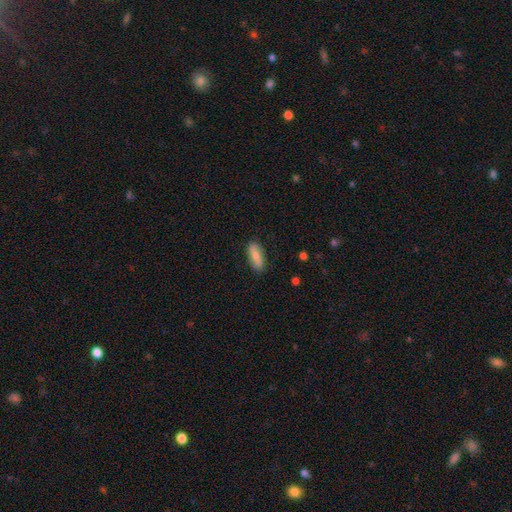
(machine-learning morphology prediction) A smooth galaxy with no disk features (78%) that is in between round and cigar-shaped (72%).

Vote fractions:
- Smooth or featured? smooth: 78% / featured or disk: 15% / star or artifact: 6%
- How rounded? in between: 72% / cigar-shaped: 26% / round: 3%
- Merging? none: 85% / minor disturbance: 11% / major disturbance: 2% / merger: 1%